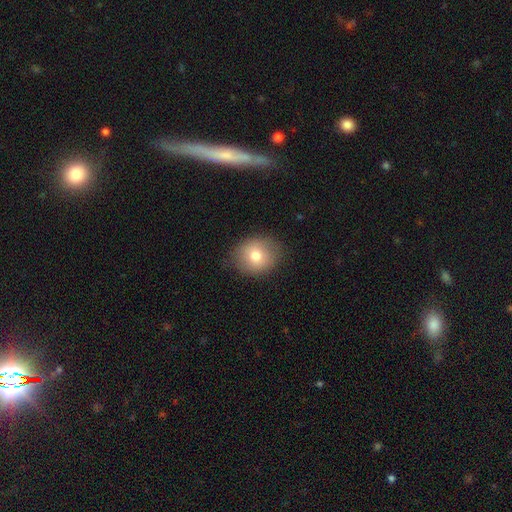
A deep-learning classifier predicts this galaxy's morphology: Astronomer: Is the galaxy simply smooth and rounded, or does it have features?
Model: smooth — 76%.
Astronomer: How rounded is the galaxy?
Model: round — 68%.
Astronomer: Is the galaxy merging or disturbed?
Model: none — 83%.